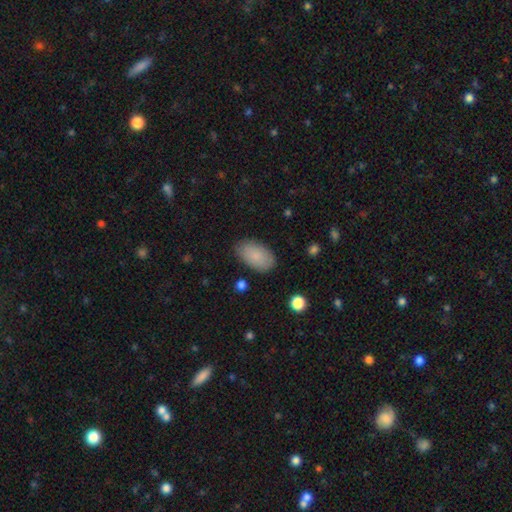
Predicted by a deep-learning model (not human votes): smooth 86%, featured or disk 8%, star or artifact 6%. Down the decision tree: how rounded — in between (95%); merging — none (84%).